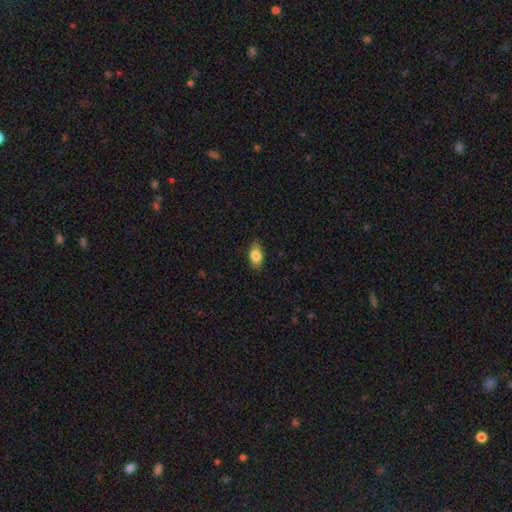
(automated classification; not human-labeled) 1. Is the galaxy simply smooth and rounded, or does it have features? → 82% smooth, 11% featured or disk, 7% star or artifact.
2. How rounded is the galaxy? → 88% in between, 8% round, 5% cigar-shaped.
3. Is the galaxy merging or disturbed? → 85% none, 12% minor disturbance, 2% major disturbance, 1% merger.